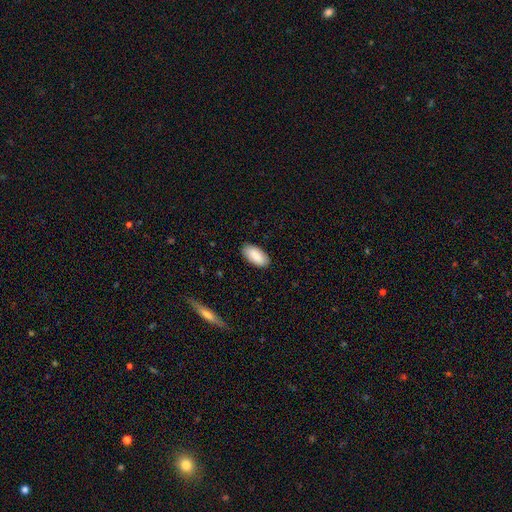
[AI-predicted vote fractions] A smooth galaxy with no disk features (89%) that is in between round and cigar-shaped (94%).

Vote fractions:
- Smooth or featured? smooth: 89% / star or artifact: 6% / featured or disk: 5%
- How rounded? in between: 94% / cigar-shaped: 4% / round: 2%
- Merging? none: 88% / minor disturbance: 9% / major disturbance: 2% / merger: 1%